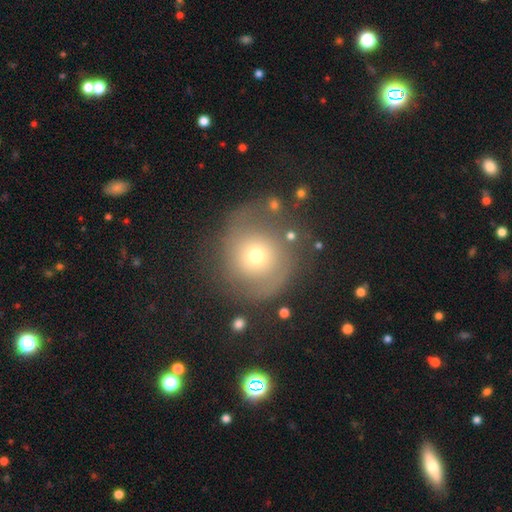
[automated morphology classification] Smooth or featured? Predicted: featured or disk (p=0.43, tied with smooth). Merging? Predicted: none (p=0.70).